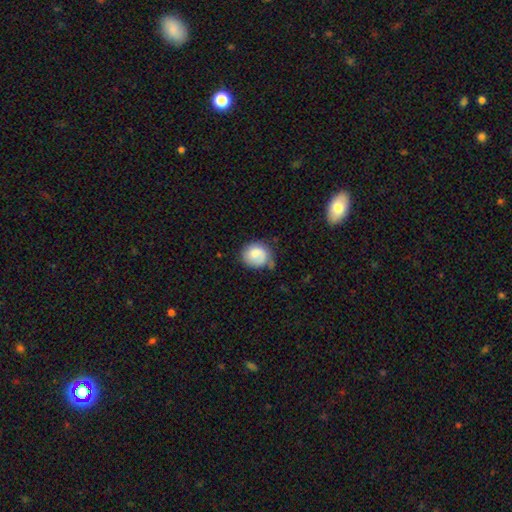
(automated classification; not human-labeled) Q: Smooth or featured?
A: smooth (63%); runner-up: featured or disk (30%)
Q: How rounded?
A: round (76%); runner-up: in between (23%)
Q: Merging?
A: none (56%); runner-up: minor disturbance (29%)